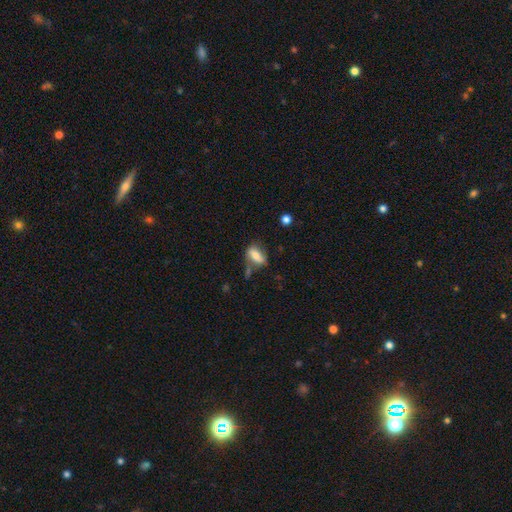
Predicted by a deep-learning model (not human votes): Morphology: type=smooth (66%); roundness=in between (82%); merging=none (45%).